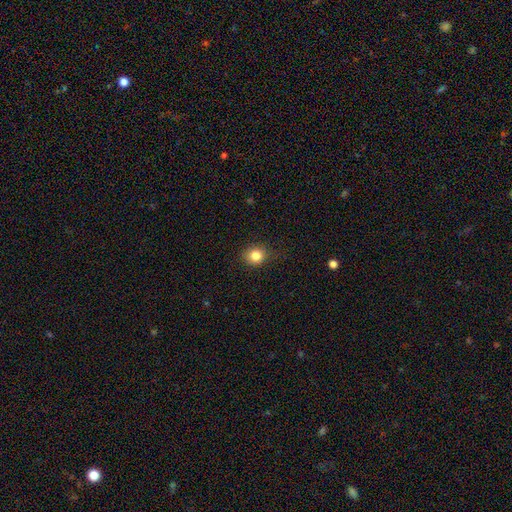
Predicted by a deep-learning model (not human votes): A smooth galaxy with no disk features (83%) that is round (76%). Merging: none (84%).